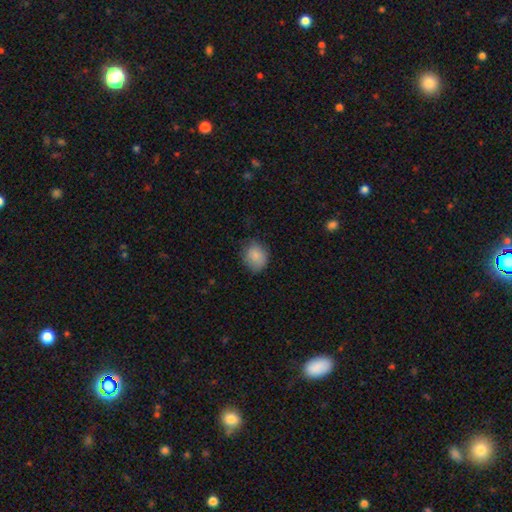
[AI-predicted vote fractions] This appears to be a smooth galaxy with no disk features (85%) that is round (69%). Merging: none (73%).